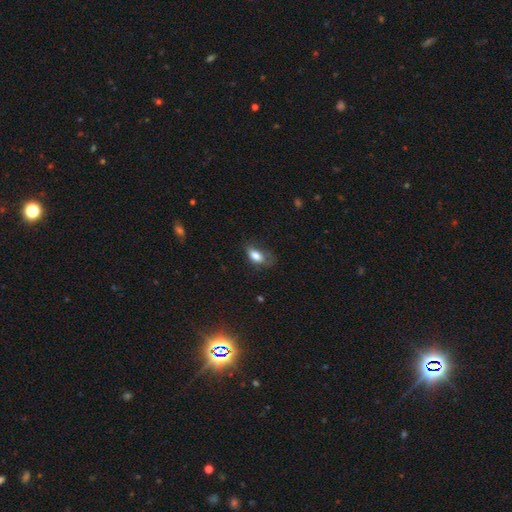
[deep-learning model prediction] Smooth or featured? smooth (78%)
How rounded? in between (90%)
Merging? none (43%)